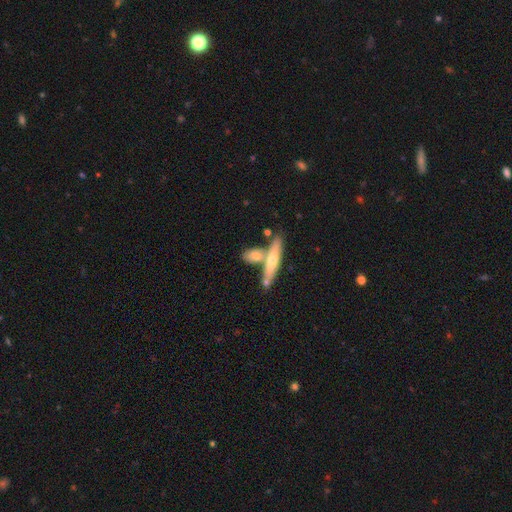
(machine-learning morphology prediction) type=smooth (59%); roundness=cigar-shaped (56%); merging=none (50%).